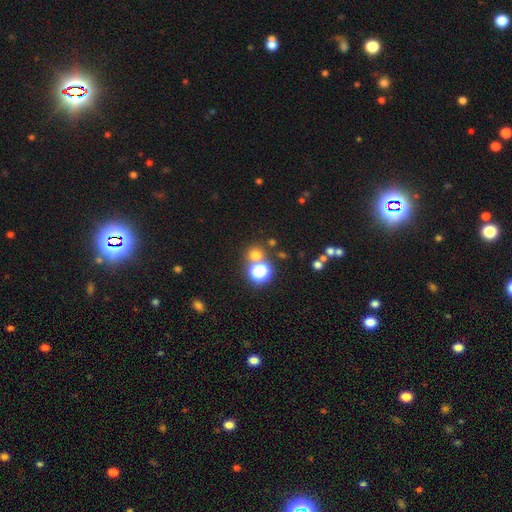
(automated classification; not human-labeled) smooth 65%, star or artifact 28%, featured or disk 7%. Down the decision tree: how rounded — round (88%); merging — none (69%).